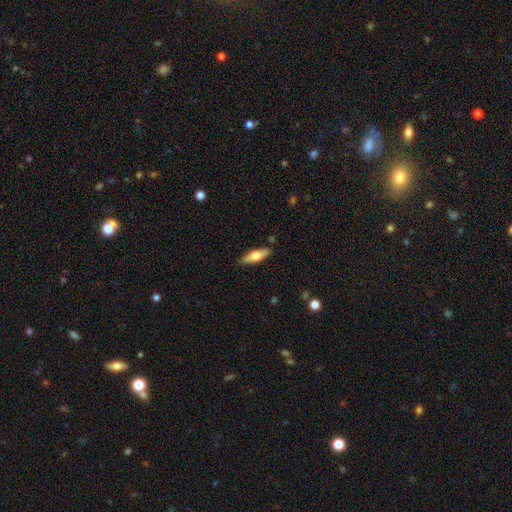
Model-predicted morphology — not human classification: smooth 54%, featured or disk 41%, star or artifact 6%. Down the decision tree: how rounded — cigar-shaped (56%); merging — none (88%).